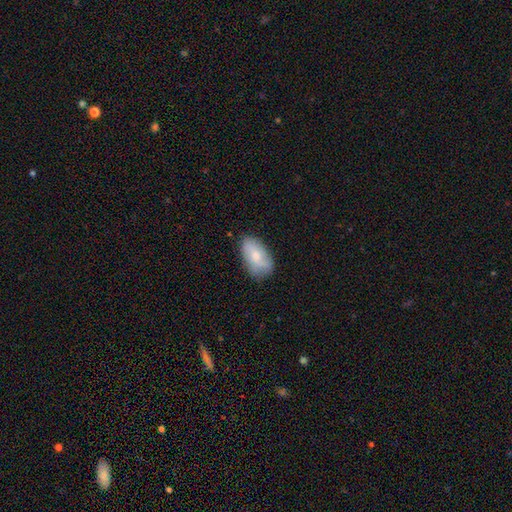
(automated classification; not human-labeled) Q: Smooth or featured?
A: smooth (59%); runner-up: featured or disk (34%)
Q: How rounded?
A: in between (92%); runner-up: round (5%)
Q: Merging?
A: none (74%); runner-up: minor disturbance (20%)